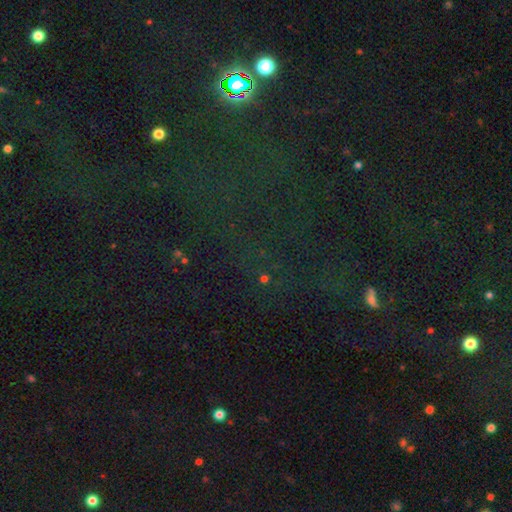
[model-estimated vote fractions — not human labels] Morphology: type=star or artifact (74%).